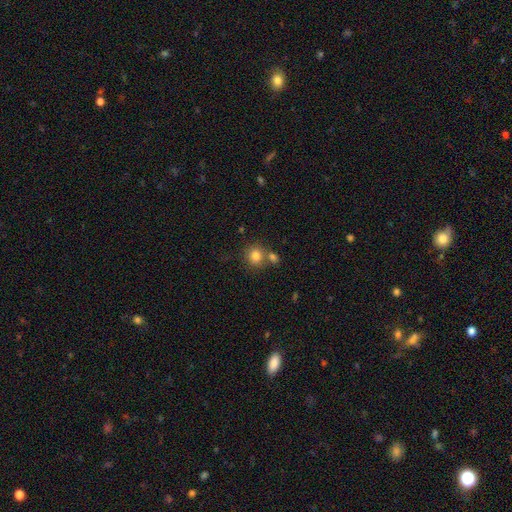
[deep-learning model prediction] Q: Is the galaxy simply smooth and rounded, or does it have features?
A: smooth — 82%.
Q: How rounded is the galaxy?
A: round — 85%.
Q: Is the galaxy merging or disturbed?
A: none — 61%.